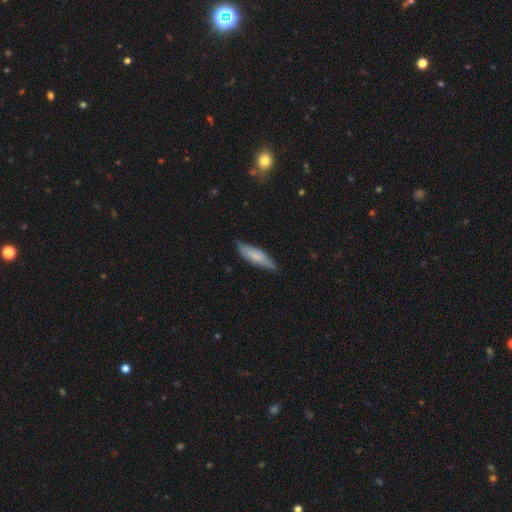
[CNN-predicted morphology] A smooth galaxy with no disk features (67%) that is cigar-shaped (63%).

Vote fractions:
- Smooth or featured? smooth: 67% / featured or disk: 28% / star or artifact: 6%
- How rounded? cigar-shaped: 63% / in between: 36% / round: 2%
- Merging? none: 74% / minor disturbance: 22% / major disturbance: 3% / merger: 1%